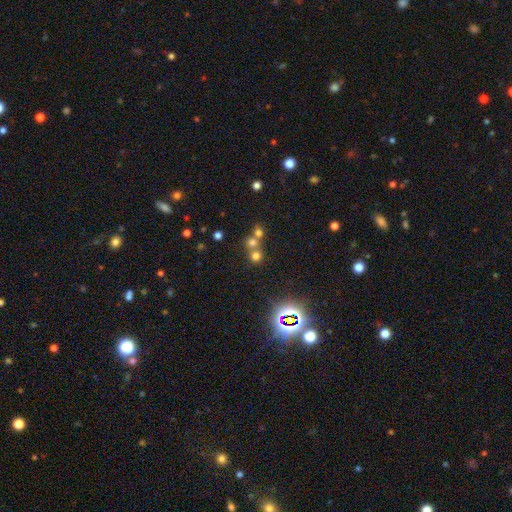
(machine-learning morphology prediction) Smooth or featured: smooth — 57% (star or artifact — 31%)
How rounded: round — 87% (in between — 12%)
Merging: none — 48% (merger — 43%)